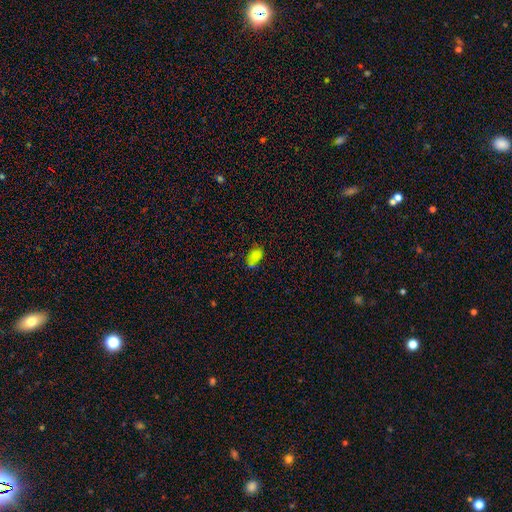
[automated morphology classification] smooth_or_featured: smooth (p=0.80) [alt: star or artifact p=0.13]
how_rounded: in between (p=0.88) [alt: round p=0.10]
merging: none (p=0.62) [alt: minor disturbance p=0.26]